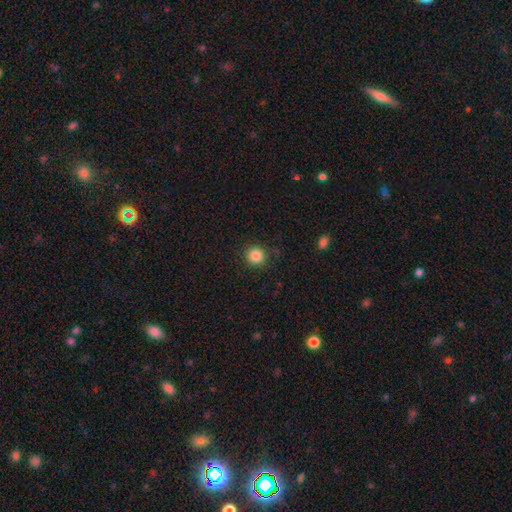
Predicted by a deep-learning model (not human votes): A smooth galaxy with no disk features (85%) that is round (94%).

Vote fractions:
- Smooth or featured? smooth: 85% / star or artifact: 11% / featured or disk: 4%
- How rounded? round: 94% / in between: 5% / cigar-shaped: 1%
- Merging? none: 88% / minor disturbance: 8% / major disturbance: 3% / merger: 1%